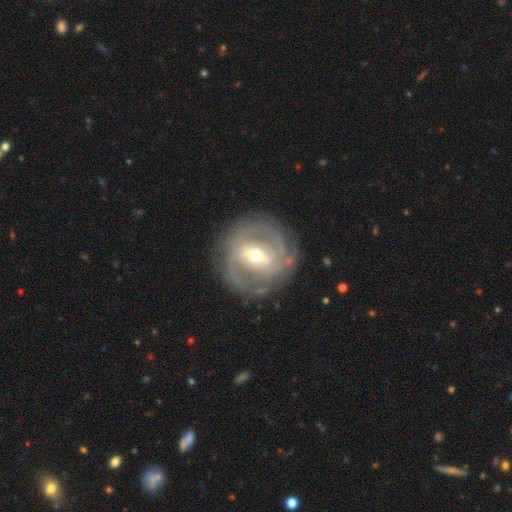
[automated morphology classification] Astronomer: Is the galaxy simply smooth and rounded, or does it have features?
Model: featured or disk — 82%.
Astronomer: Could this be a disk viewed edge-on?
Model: no — 96%.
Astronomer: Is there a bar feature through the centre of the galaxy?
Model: weak — 41%, tied with strong at 41%.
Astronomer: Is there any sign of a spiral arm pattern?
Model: yes — 85%.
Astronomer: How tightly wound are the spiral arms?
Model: tight — 54% (runner-up: medium, 34%).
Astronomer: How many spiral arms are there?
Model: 2 — 45% (runner-up: can't tell, 28%).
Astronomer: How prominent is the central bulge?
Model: moderate — 53% (runner-up: small, 41%).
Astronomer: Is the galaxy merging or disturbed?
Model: none — 77%.